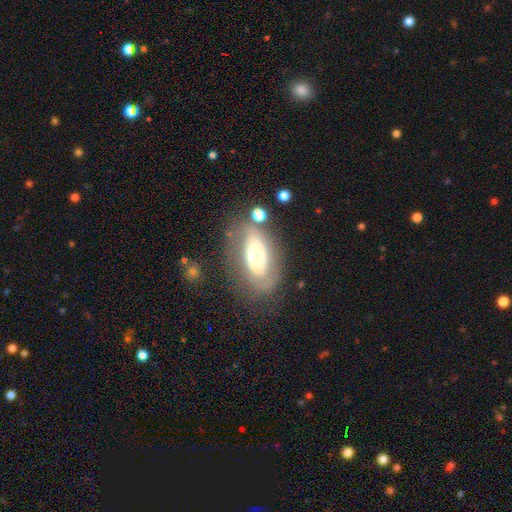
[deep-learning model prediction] smooth-or-featured: featured or disk: 59% | smooth: 33% | star or artifact: 7%
  disk-edge-on: no: 89% | yes: 11%
    bar: no: 71% | weak: 18% | strong: 11%
    has-spiral-arms: no: 54% | yes: 46%
    bulge-size: moderate: 58% | large: 23% | small: 15% | dominant: 3% | none: 1%
  merging: none: 66% | minor disturbance: 18% | major disturbance: 11% | merger: 5%